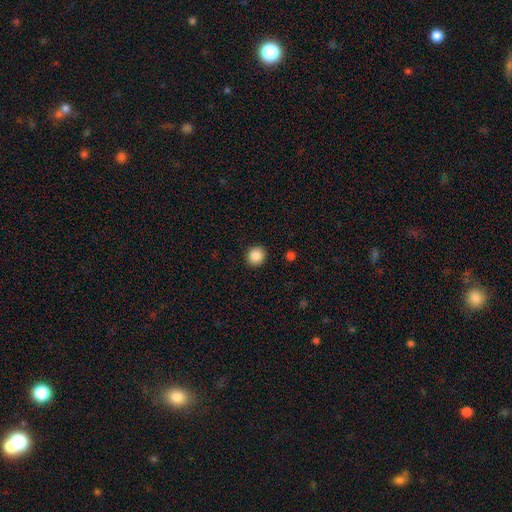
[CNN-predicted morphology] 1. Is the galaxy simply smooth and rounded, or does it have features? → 88% smooth, 9% star or artifact, 3% featured or disk.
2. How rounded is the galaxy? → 89% round, 10% in between, 1% cigar-shaped.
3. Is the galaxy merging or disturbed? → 92% none, 5% minor disturbance, 2% major disturbance, 1% merger.